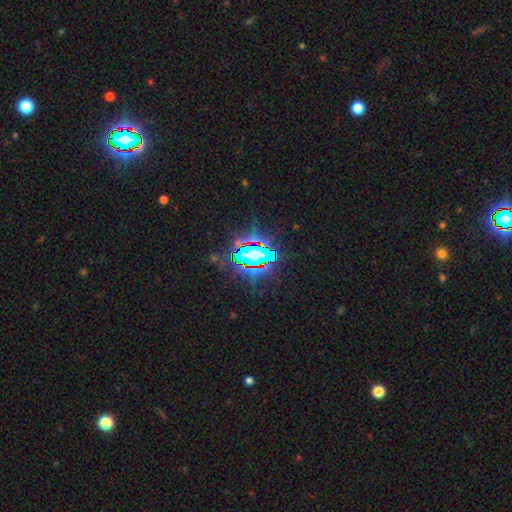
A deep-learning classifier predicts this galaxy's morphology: Overall: star or artifact (83%).